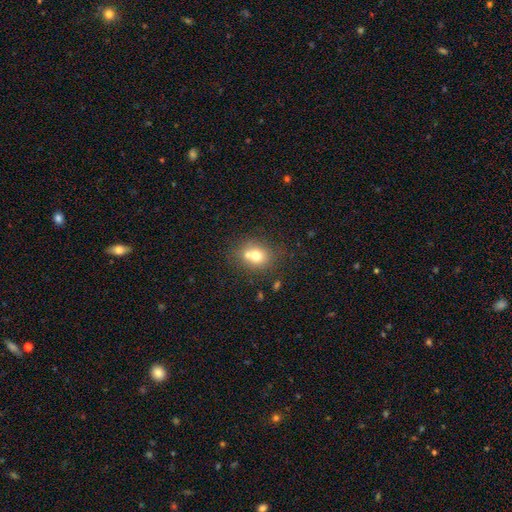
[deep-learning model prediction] Smooth or featured? Predicted: smooth (p=0.69). How rounded? Predicted: round (p=0.71). Merging? Predicted: none (p=0.50).